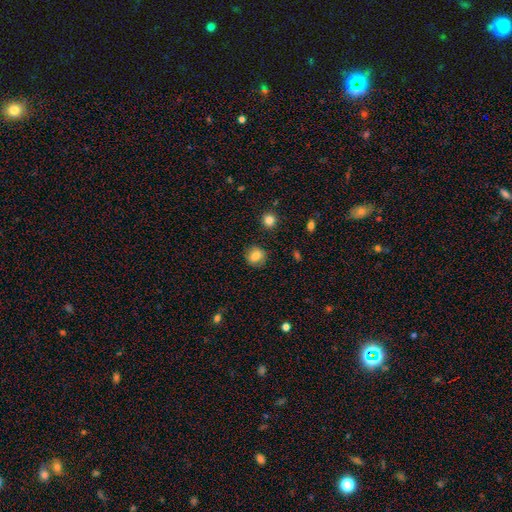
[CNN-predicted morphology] Q: Smooth or featured?
A: smooth (82%); runner-up: star or artifact (10%)
Q: How rounded?
A: round (76%); runner-up: in between (23%)
Q: Merging?
A: none (84%); runner-up: minor disturbance (11%)